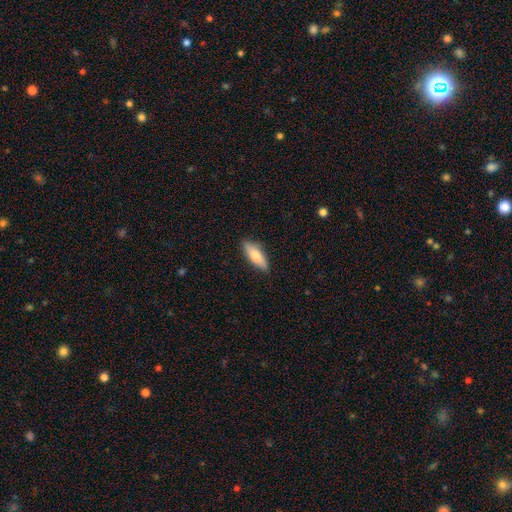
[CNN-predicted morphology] Q: Smooth or featured?
A: smooth (78%); runner-up: featured or disk (17%)
Q: How rounded?
A: in between (60%); runner-up: cigar-shaped (38%)
Q: Merging?
A: none (86%); runner-up: minor disturbance (11%)